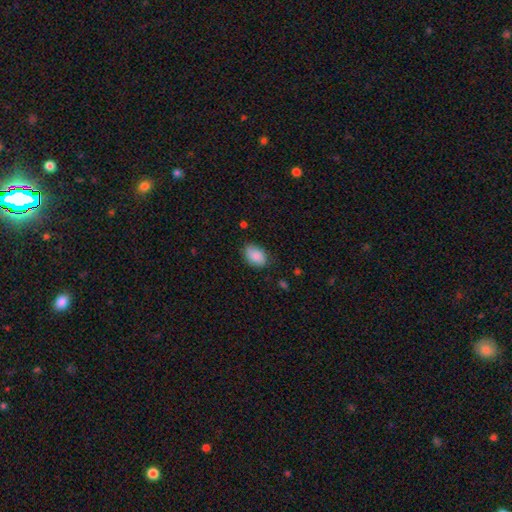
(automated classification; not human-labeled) Smooth or featured?
  - smooth: 85% *
  - featured or disk: 8%
  - star or artifact: 7%
How rounded?
  - in between: 86% *
  - round: 13%
  - cigar-shaped: 1%
Merging?
  - none: 75% *
  - minor disturbance: 20%
  - major disturbance: 4%
  - merger: 1%